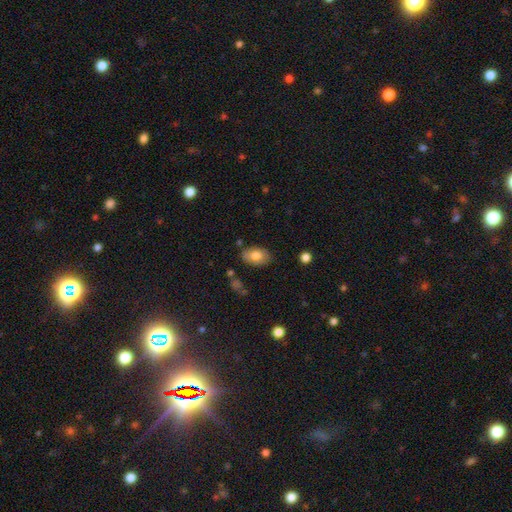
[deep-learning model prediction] Q: Smooth or featured?
A: smooth (76%); runner-up: featured or disk (17%)
Q: How rounded?
A: in between (90%); runner-up: round (8%)
Q: Merging?
A: none (80%); runner-up: minor disturbance (14%)